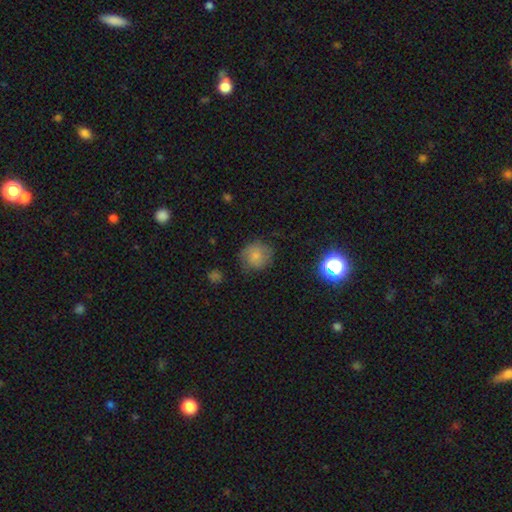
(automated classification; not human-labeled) A smooth galaxy with no disk features (72%) that is round (85%).

Vote fractions:
- Smooth or featured? smooth: 72% / featured or disk: 16% / star or artifact: 12%
- How rounded? round: 85% / in between: 14% / cigar-shaped: 1%
- Merging? none: 71% / minor disturbance: 21% / major disturbance: 7% / merger: 2%